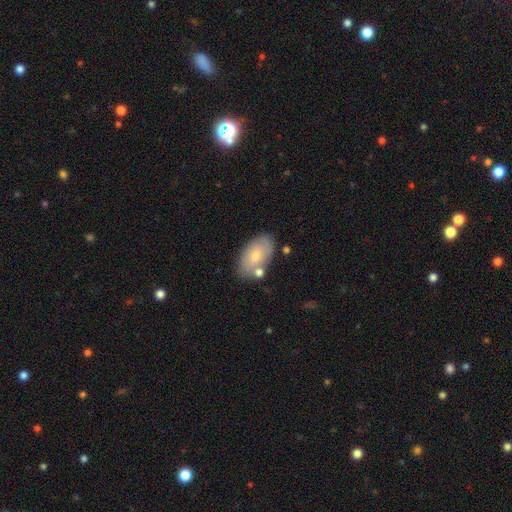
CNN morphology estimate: Smooth or featured? smooth (70%)
How rounded? in between (93%)
Merging? none (71%)